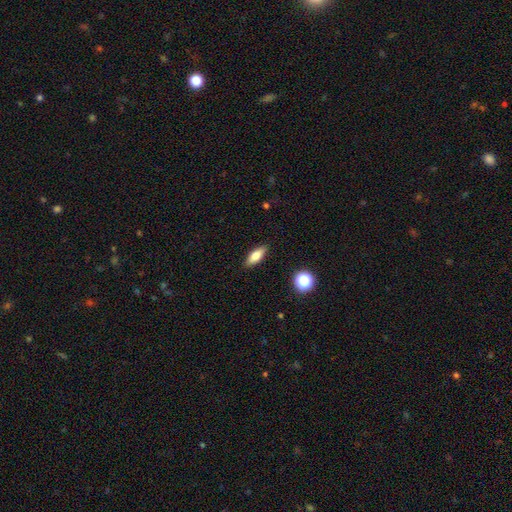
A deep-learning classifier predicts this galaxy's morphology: Smooth or featured? Predicted: smooth (p=0.72). How rounded? Predicted: in between (p=0.68). Merging? Predicted: none (p=0.88).